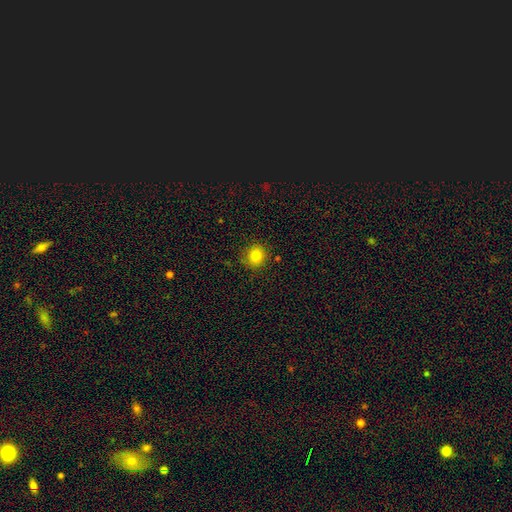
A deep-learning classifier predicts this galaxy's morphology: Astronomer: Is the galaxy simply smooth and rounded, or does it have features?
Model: smooth — 81%.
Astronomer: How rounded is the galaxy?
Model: round — 89%.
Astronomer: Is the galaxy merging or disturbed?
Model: none — 87%.